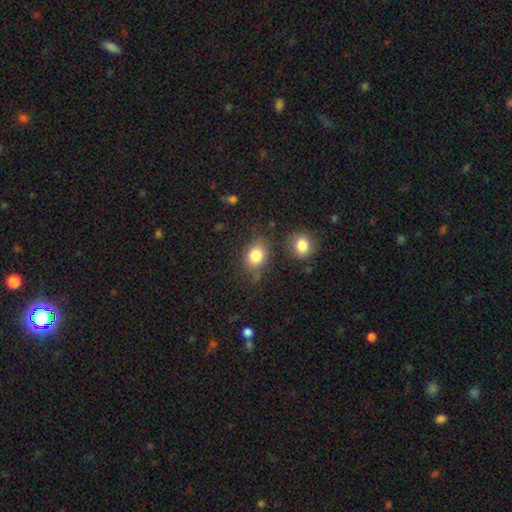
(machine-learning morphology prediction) Smooth or featured? smooth (83%)
How rounded? in between (53%)
Merging? none (68%)